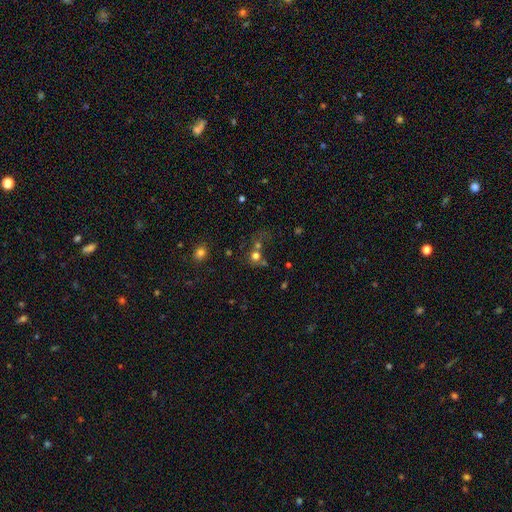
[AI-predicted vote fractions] Overall: smooth (67%). How rounded: round (84%). Merging: none (43%; merger 39%).